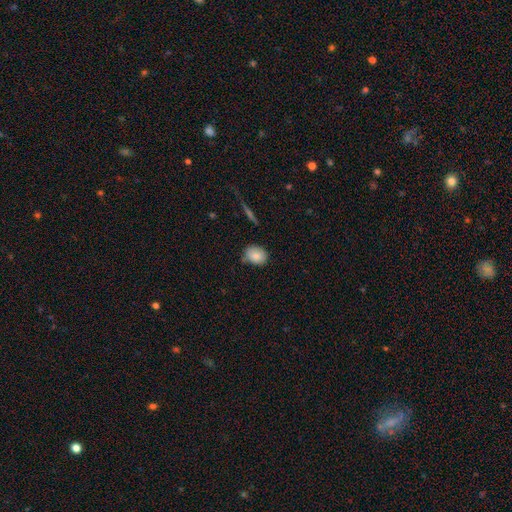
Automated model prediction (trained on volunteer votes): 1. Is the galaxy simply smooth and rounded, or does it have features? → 84% smooth, 8% star or artifact, 8% featured or disk.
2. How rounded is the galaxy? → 51% in between, 47% round, 1% cigar-shaped.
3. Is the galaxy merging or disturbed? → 67% none, 25% minor disturbance, 4% major disturbance, 4% merger.